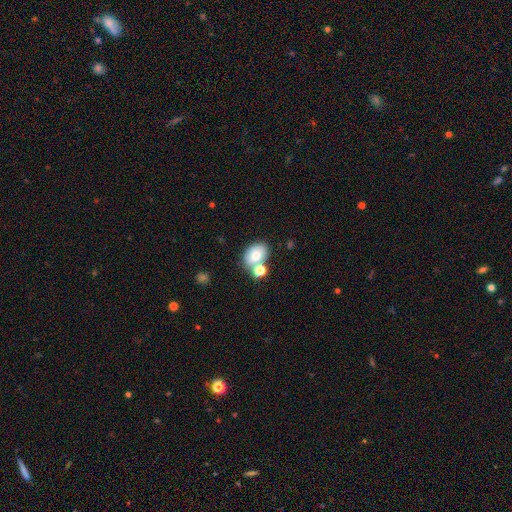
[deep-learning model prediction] Smooth or featured?
  - smooth: 75% *
  - featured or disk: 15%
  - star or artifact: 10%
How rounded?
  - in between: 70% *
  - round: 29%
  - cigar-shaped: 1%
Merging?
  - none: 52% *
  - merger: 31%
  - minor disturbance: 13%
  - major disturbance: 5%